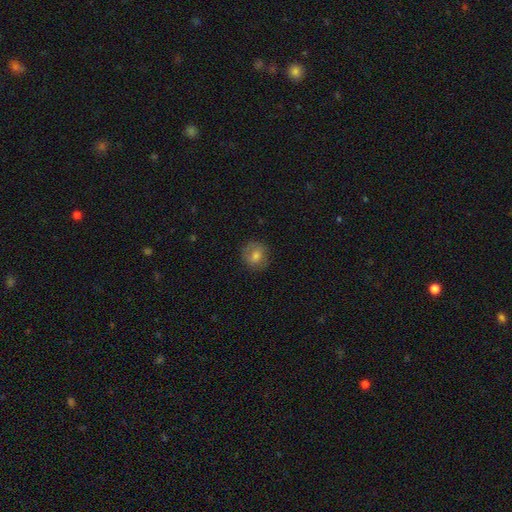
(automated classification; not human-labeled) A smooth galaxy with no disk features (72%) that is round (82%). Merging: none (81%).